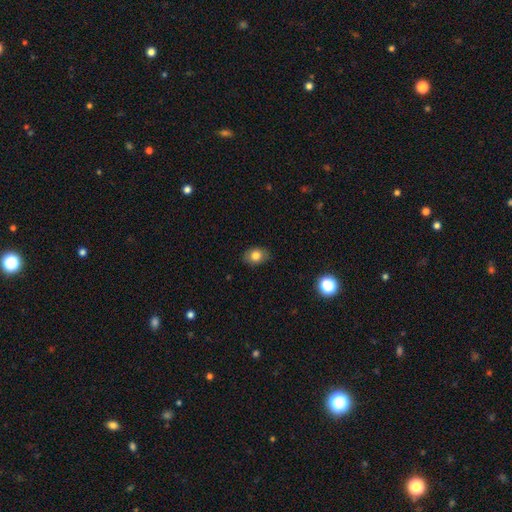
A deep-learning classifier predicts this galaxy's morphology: A smooth galaxy with no disk features (80%) that is in between round and cigar-shaped (65%). Merging: none (84%).